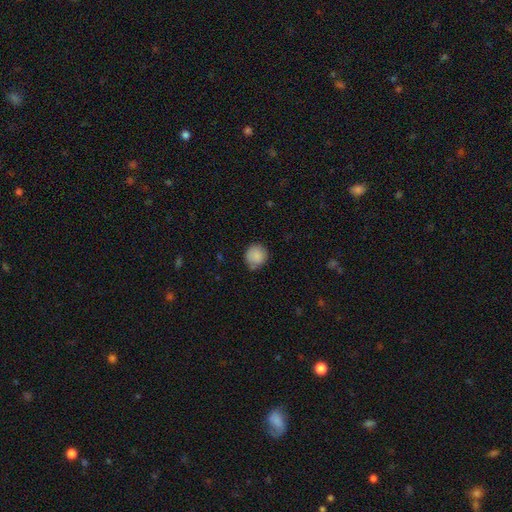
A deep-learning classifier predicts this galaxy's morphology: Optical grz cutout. It shows a smooth galaxy with no disk features (87%) that is round (91%). Merging: none (76%).